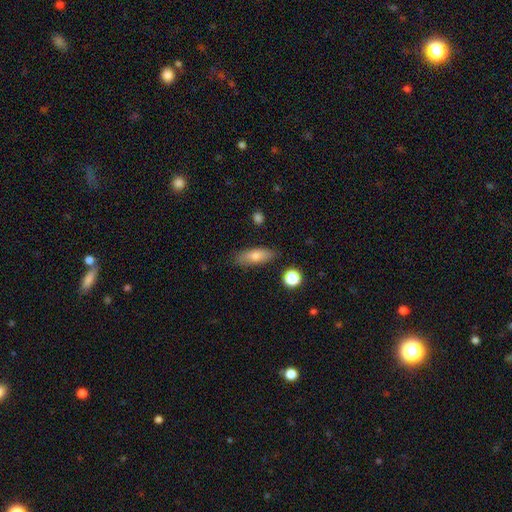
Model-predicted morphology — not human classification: A smooth galaxy with no disk features (73%) that is in between round and cigar-shaped (62%).

Vote fractions:
- Smooth or featured? smooth: 73% / featured or disk: 19% / star or artifact: 8%
- How rounded? in between: 62% / cigar-shaped: 34% / round: 4%
- Merging? none: 85% / minor disturbance: 11% / major disturbance: 2% / merger: 2%